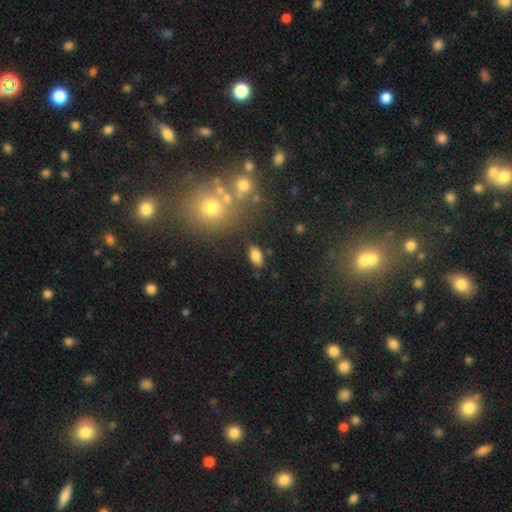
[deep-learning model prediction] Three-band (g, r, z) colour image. It shows a smooth galaxy with no disk features (82%) that is in between round and cigar-shaped (91%). Merging: none (84%).